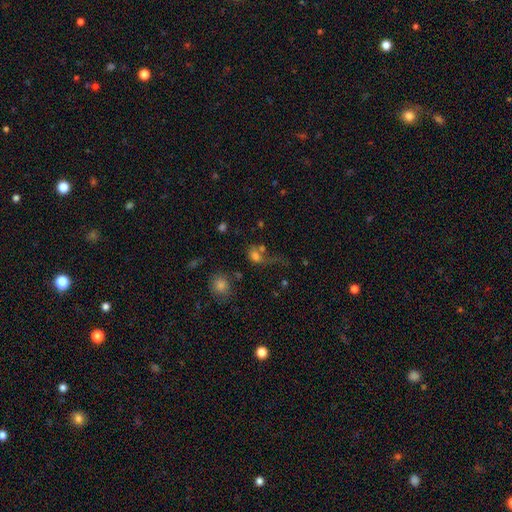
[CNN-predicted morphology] A smooth galaxy with no disk features (69%) that is in between round and cigar-shaped (59%).

Vote fractions:
- Smooth or featured? smooth: 69% / star or artifact: 17% / featured or disk: 14%
- How rounded? in between: 59% / round: 38% / cigar-shaped: 3%
- Merging? none: 29% / major disturbance: 28% / merger: 27% / minor disturbance: 16%